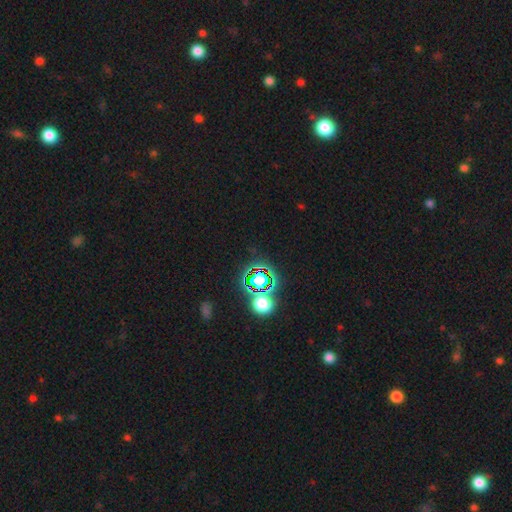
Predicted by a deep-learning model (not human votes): The model was most divided on "smooth or featured": star or artifact: 76%, smooth: 15%, featured or disk: 9%.